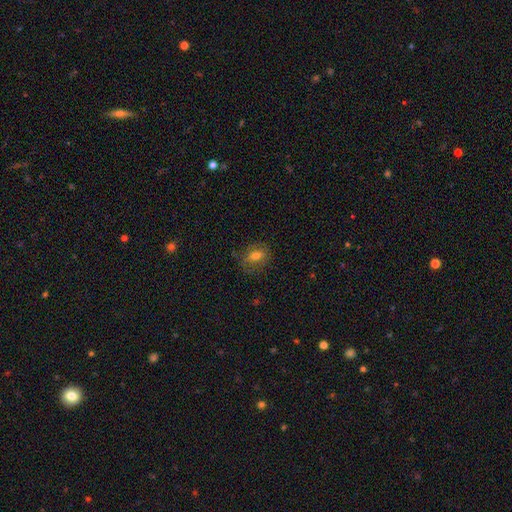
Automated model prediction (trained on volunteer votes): Q: Smooth or featured?
A: smooth (63%); runner-up: featured or disk (26%)
Q: How rounded?
A: in between (56%); runner-up: round (42%)
Q: Merging?
A: none (75%); runner-up: minor disturbance (17%)